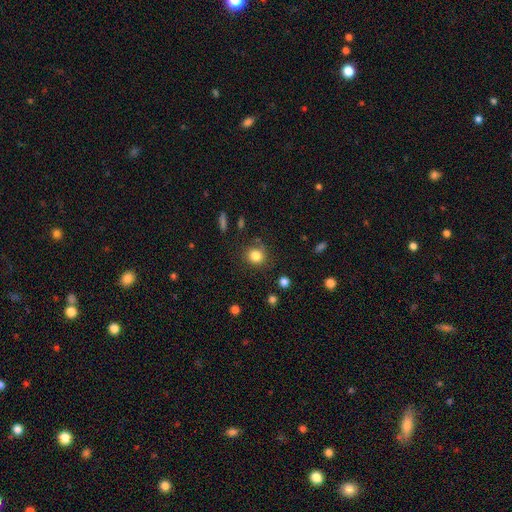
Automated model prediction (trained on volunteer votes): This is clearly a smooth galaxy (83%). How rounded: clearly round (86%). Merging: clearly none (82%).